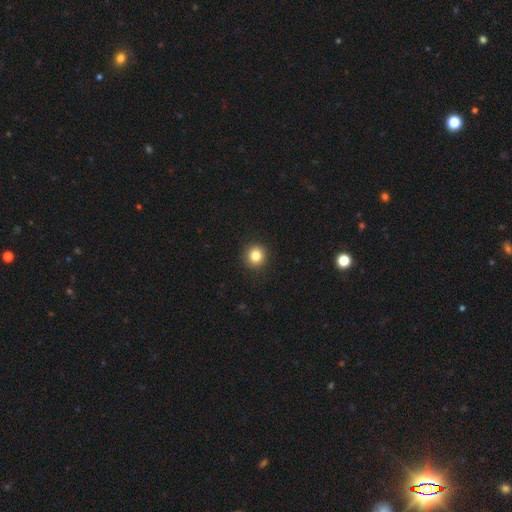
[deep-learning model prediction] smooth 83%, star or artifact 11%, featured or disk 6%. Down the decision tree: how rounded — round (93%); merging — none (92%).